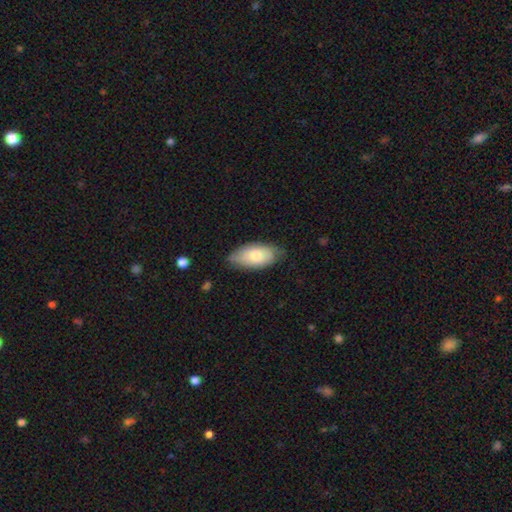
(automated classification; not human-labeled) Smooth or featured? Predicted: smooth (p=0.69). How rounded? Predicted: in between (p=0.93). Merging? Predicted: none (p=0.69).